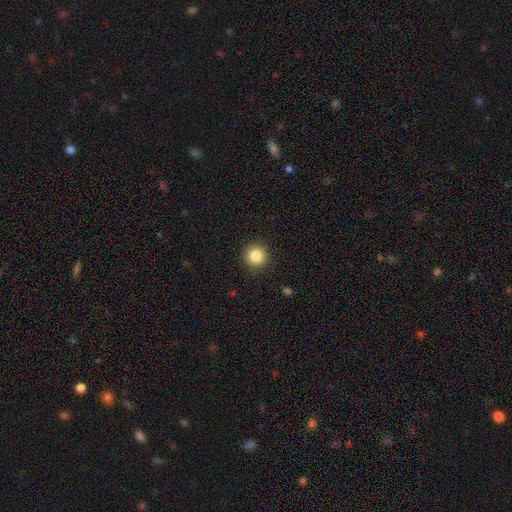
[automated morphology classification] Q: Smooth or featured?
A: smooth (83%); runner-up: star or artifact (10%)
Q: How rounded?
A: round (95%); runner-up: in between (4%)
Q: Merging?
A: none (92%); runner-up: minor disturbance (5%)